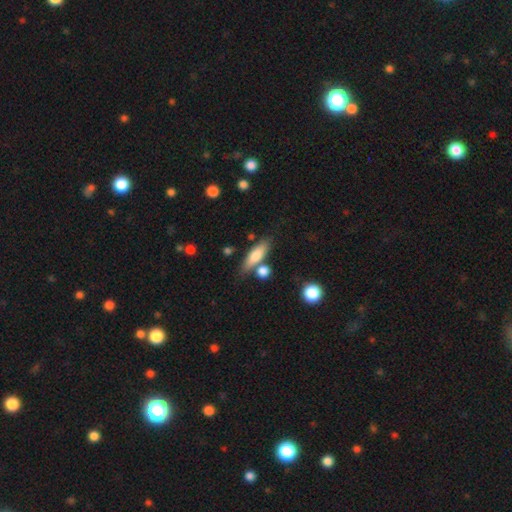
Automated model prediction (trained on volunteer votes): A smooth galaxy with no disk features (73%) that is cigar-shaped (50%). Merging: none (68%).